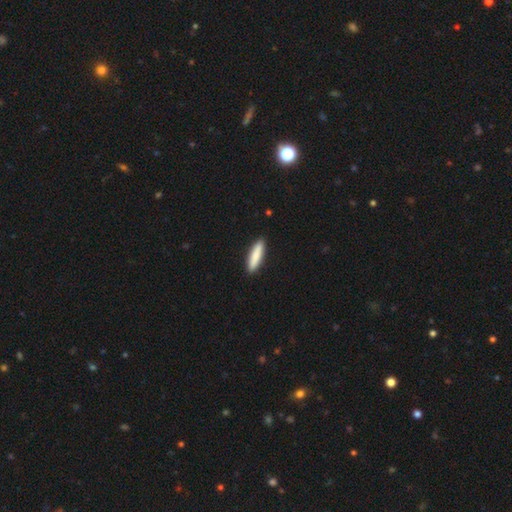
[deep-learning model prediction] Overall: smooth (85%). How rounded: cigar-shaped (79%). Merging: none (91%).